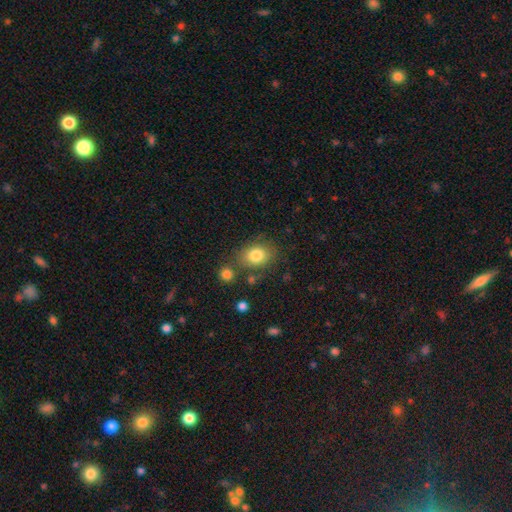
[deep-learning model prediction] smooth-or-featured: smooth: 82% | star or artifact: 9% | featured or disk: 9%
  how-rounded: in between: 55% | round: 44% | cigar-shaped: 1%
  merging: none: 72% | minor disturbance: 14% | merger: 9% | major disturbance: 5%